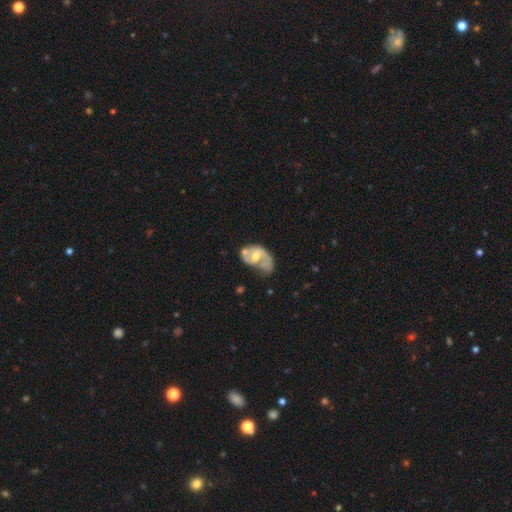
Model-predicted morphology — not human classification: Q: Smooth or featured?
A: featured or disk (66%); runner-up: smooth (27%)
Q: Edge-on disk?
A: no (96%); runner-up: yes (4%)
Q: Bar?
A: no (59%); runner-up: weak (32%)
Q: Spiral arms?
A: yes (65%); runner-up: no (35%)
Q: Bulge size?
A: moderate (65%); runner-up: small (25%)
Q: Merging?
A: none (32%); runner-up: minor disturbance (26%)